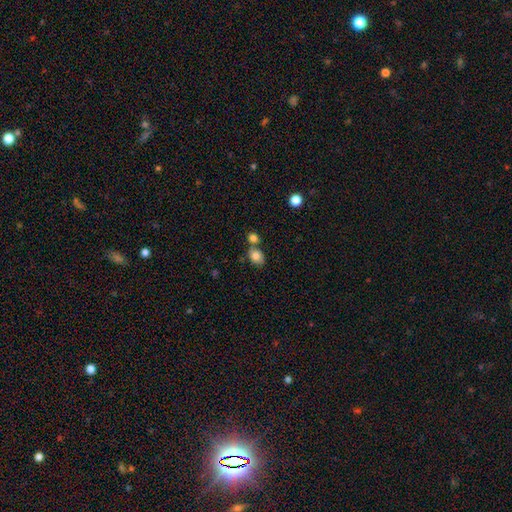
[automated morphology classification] The model was most divided on "merging": none: 48%, merger: 35%, minor disturbance: 13%, major disturbance: 4%. More confident: smooth or featured — smooth (81%); how rounded — in between (66%).